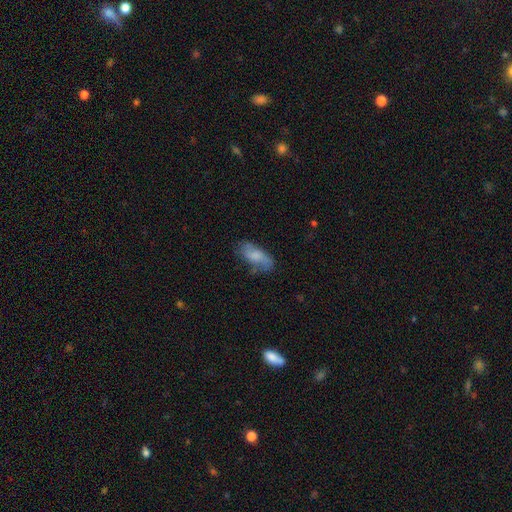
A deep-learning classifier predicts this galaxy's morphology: Smooth or featured? smooth (63%)
How rounded? in between (83%)
Merging? none (56%)